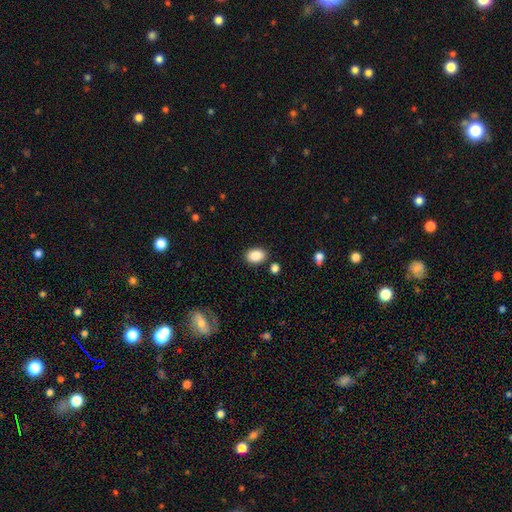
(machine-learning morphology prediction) Smooth or featured: smooth — 87% (star or artifact — 8%)
How rounded: in between — 78% (round — 21%)
Merging: none — 84% (minor disturbance — 9%)